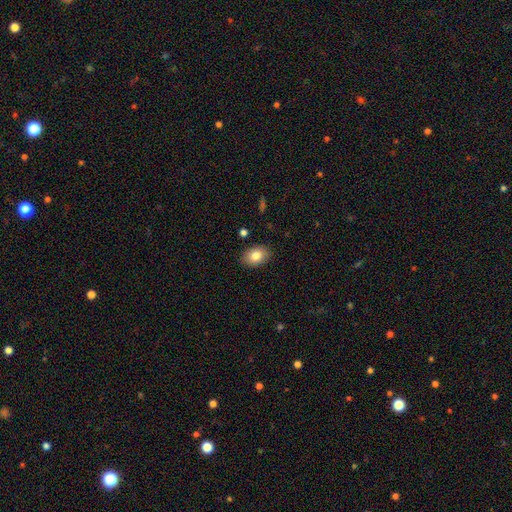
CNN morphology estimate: Q: Smooth or featured?
A: smooth (82%); runner-up: featured or disk (10%)
Q: How rounded?
A: in between (81%); runner-up: round (18%)
Q: Merging?
A: none (88%); runner-up: minor disturbance (9%)